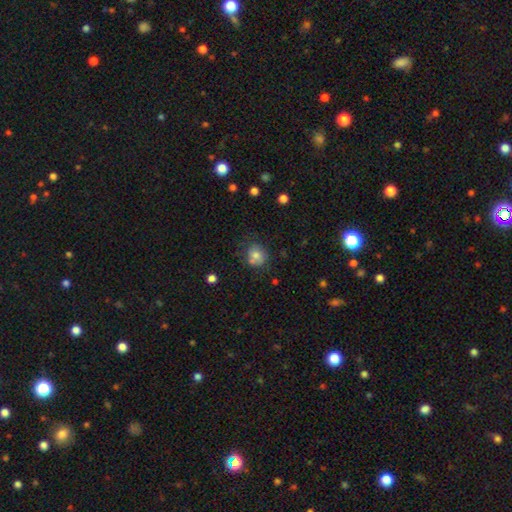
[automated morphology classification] This is likely a smooth galaxy (72%). How rounded: likely round (70%). Merging: possibly none (56%).